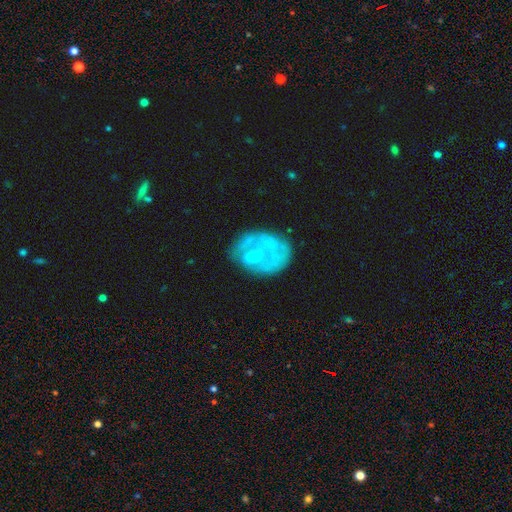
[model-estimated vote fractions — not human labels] featured or disk 58%, smooth 33%, star or artifact 9%. Down the decision tree: edge-on disk — no (97%); bar — no (76%); spiral arms — no (70%); bulge size — none (37%); merging — none (47%).